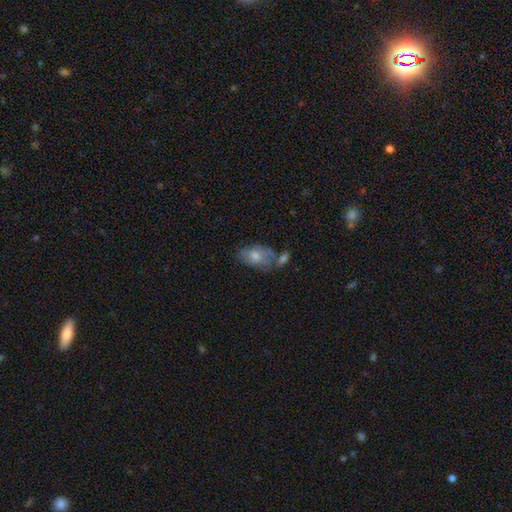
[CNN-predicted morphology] smooth-or-featured: smooth: 57% | featured or disk: 32% | star or artifact: 11%
  how-rounded: in between: 88% | round: 10% | cigar-shaped: 2%
  merging: none: 50% | merger: 22% | minor disturbance: 21% | major disturbance: 8%